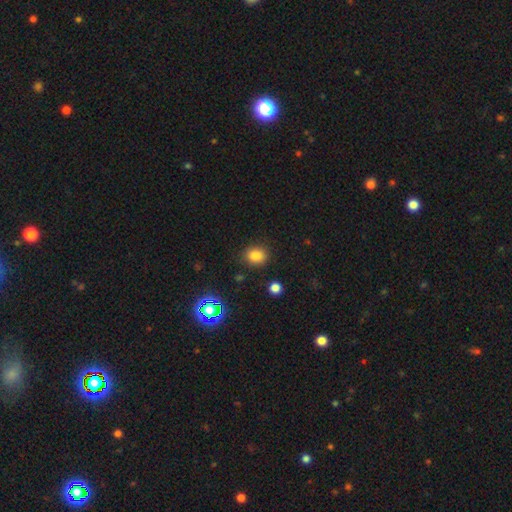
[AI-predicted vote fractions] This appears to be a smooth galaxy with no disk features (81%) that is round (59%). Merging: none (85%).